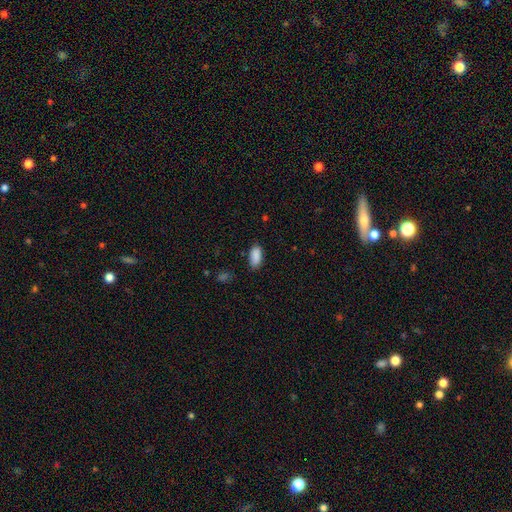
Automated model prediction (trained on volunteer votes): Smooth or featured? Predicted: smooth (p=0.90). How rounded? Predicted: in between (p=0.91). Merging? Predicted: none (p=0.82).